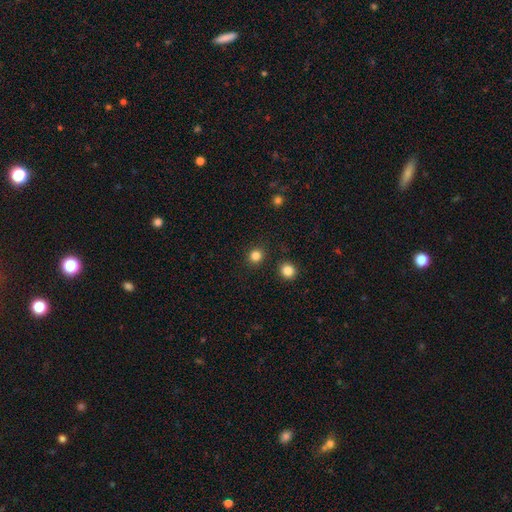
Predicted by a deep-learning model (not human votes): This is clearly a smooth galaxy (83%). How rounded: clearly round (89%). Merging: clearly none (90%).